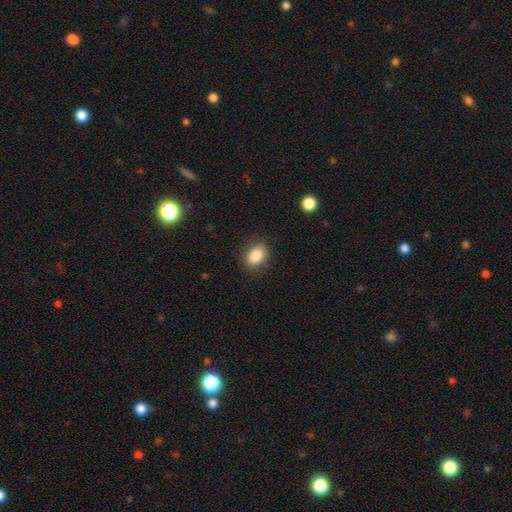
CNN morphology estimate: The model was most divided on "how rounded": in between: 71%, round: 27%, cigar-shaped: 1%. More confident: smooth or featured — smooth (85%); merging — none (85%).